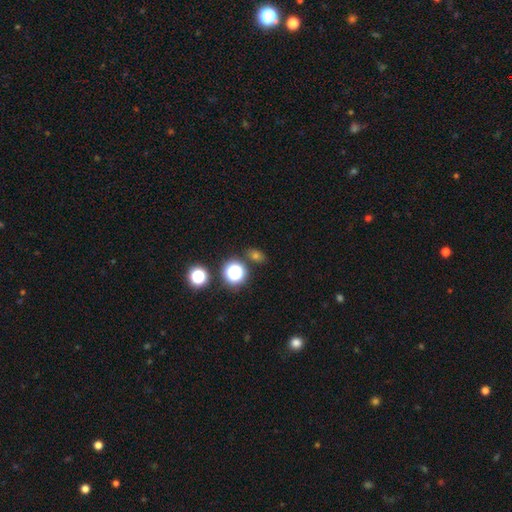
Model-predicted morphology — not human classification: This is possibly a smooth galaxy (55%). How rounded: possibly round (54%). Merging: clearly none (81%).